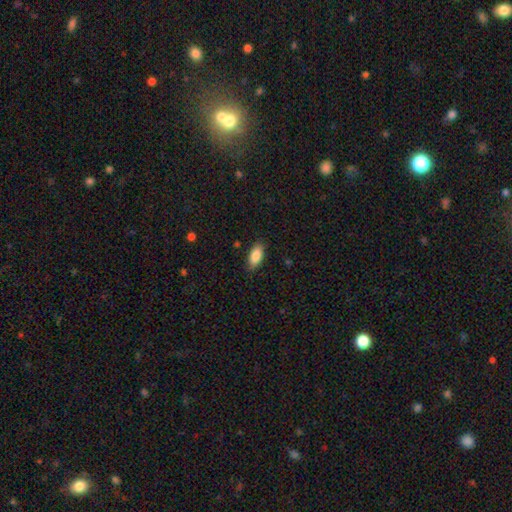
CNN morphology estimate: Smooth or featured: smooth — 86% (featured or disk — 7%)
How rounded: in between — 88% (cigar-shaped — 10%)
Merging: none — 86% (minor disturbance — 10%)